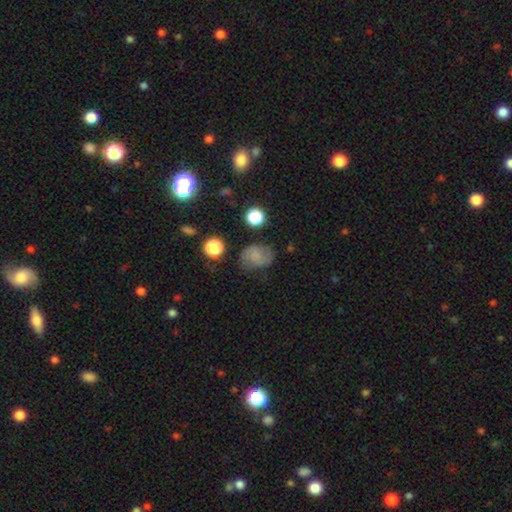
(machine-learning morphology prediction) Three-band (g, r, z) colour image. It shows a smooth galaxy with no disk features (56%) that is in between round and cigar-shaped (55%). Merging: none (66%).